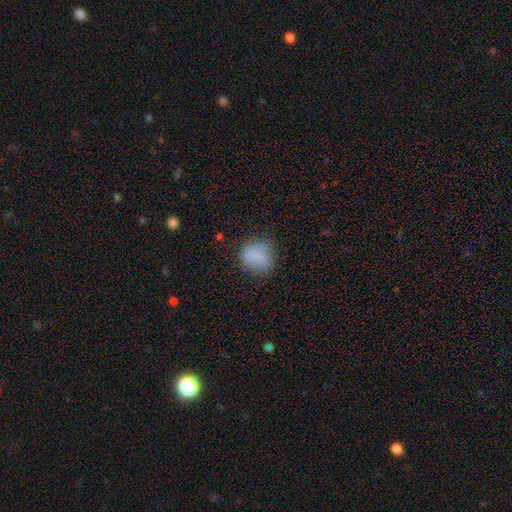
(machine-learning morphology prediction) type=smooth (75%); roundness=round (74%); merging=none (65%).